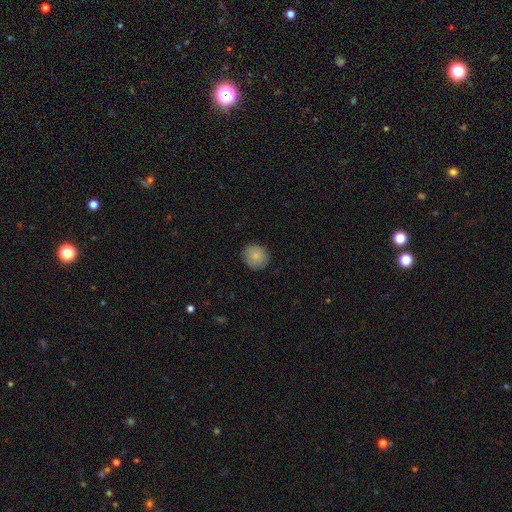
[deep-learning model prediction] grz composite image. It shows a smooth galaxy with no disk features (85%) that is round (87%). Merging: none (86%).